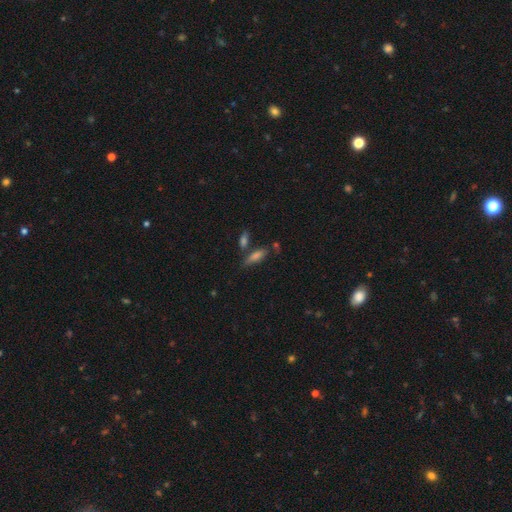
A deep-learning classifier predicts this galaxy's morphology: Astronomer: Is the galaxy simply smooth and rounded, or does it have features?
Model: smooth — 66%.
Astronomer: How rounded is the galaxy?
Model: cigar-shaped — 55% (runner-up: in between, 42%).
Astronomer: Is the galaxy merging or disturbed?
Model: none — 62%.